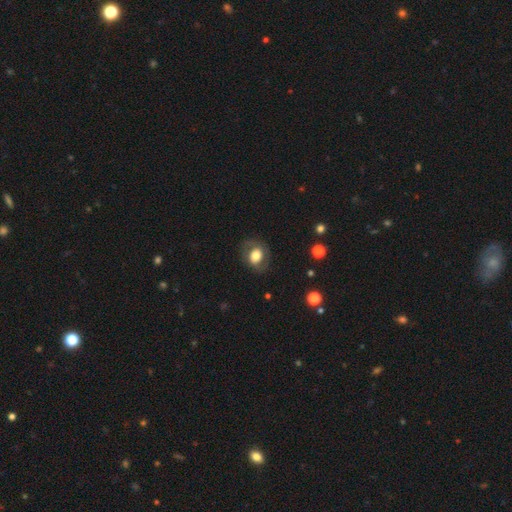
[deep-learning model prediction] Overall: smooth (57%; featured or disk 34%). How rounded: in between (52%; round 47%). Merging: none (75%).